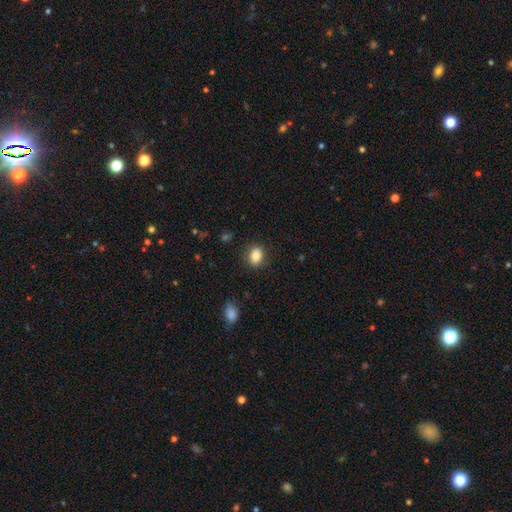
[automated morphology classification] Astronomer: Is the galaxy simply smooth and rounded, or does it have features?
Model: smooth — 85%.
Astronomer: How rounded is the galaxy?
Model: in between — 66%.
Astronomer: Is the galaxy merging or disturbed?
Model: none — 84%.